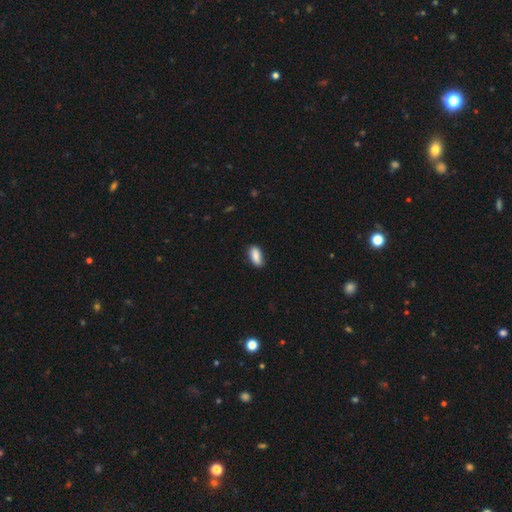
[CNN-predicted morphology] smooth-or-featured: smooth: 86% | featured or disk: 7% | star or artifact: 6%
  how-rounded: in between: 84% | cigar-shaped: 14% | round: 3%
  merging: none: 84% | minor disturbance: 13% | major disturbance: 2% | merger: 1%